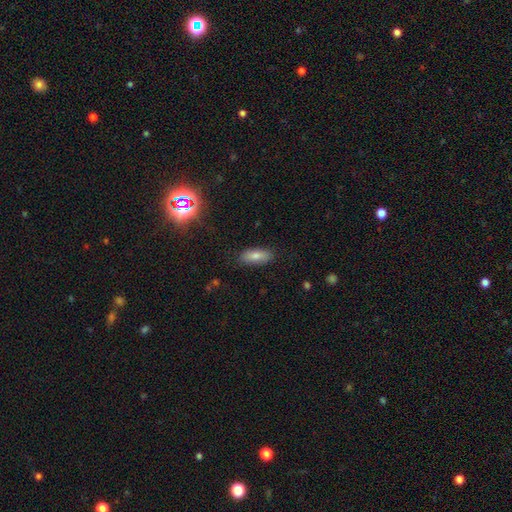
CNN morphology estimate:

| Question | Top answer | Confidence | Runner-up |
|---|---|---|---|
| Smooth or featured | smooth | 71% | featured or disk (15%) |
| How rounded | in between | 74% | cigar-shaped (23%) |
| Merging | none | 86% | minor disturbance (10%) |